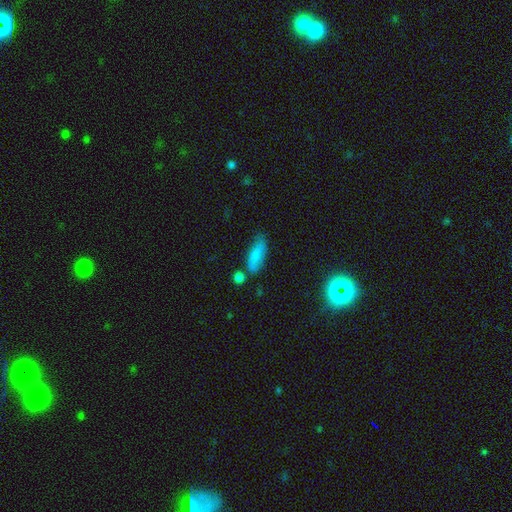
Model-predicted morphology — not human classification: The model was most divided on "how rounded": in between: 66%, cigar-shaped: 32%, round: 3%. More confident: smooth or featured — smooth (79%); merging — none (64%).